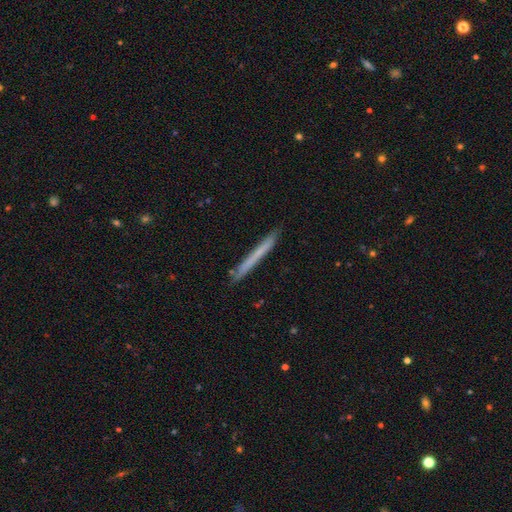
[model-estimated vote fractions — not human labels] smooth 57%, featured or disk 36%, star or artifact 6%. Down the decision tree: how rounded — cigar-shaped (97%); merging — none (89%).